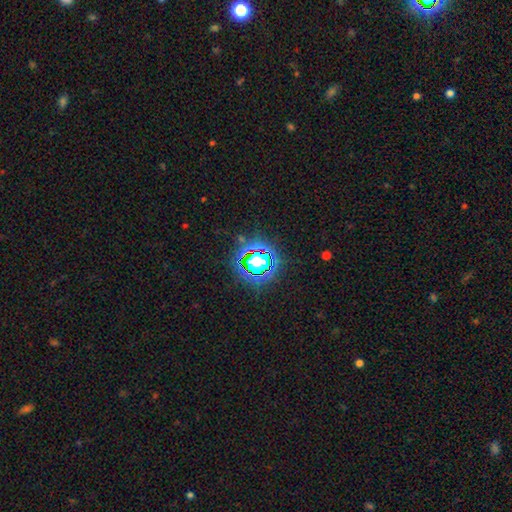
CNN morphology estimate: Smooth or featured?
  - star or artifact: 81% *
  - smooth: 12%
  - featured or disk: 7%